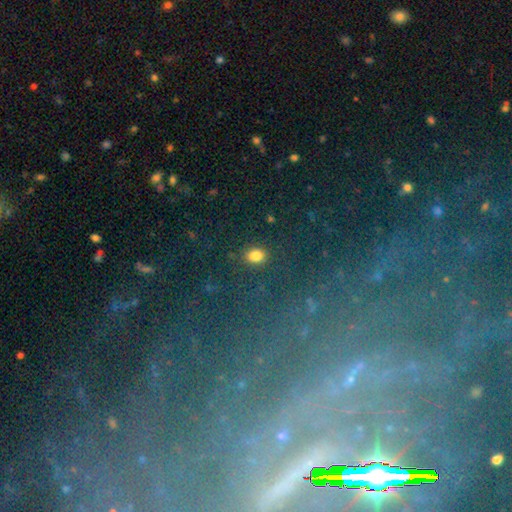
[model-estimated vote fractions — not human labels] Smooth or featured? smooth (78%)
How rounded? in between (57%)
Merging? none (84%)